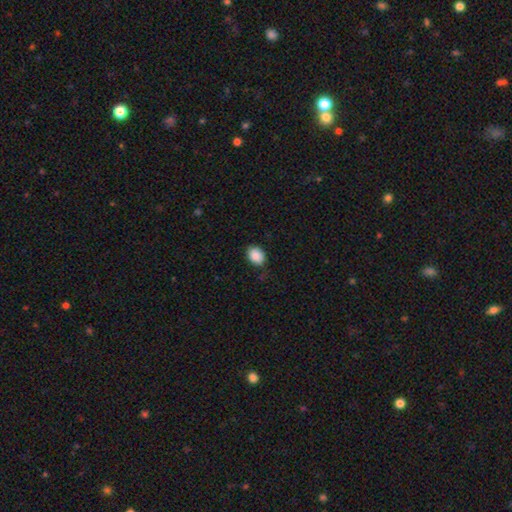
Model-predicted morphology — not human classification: Smooth or featured: smooth — 89% (star or artifact — 8%)
How rounded: in between — 68% (round — 31%)
Merging: none — 82% (minor disturbance — 14%)